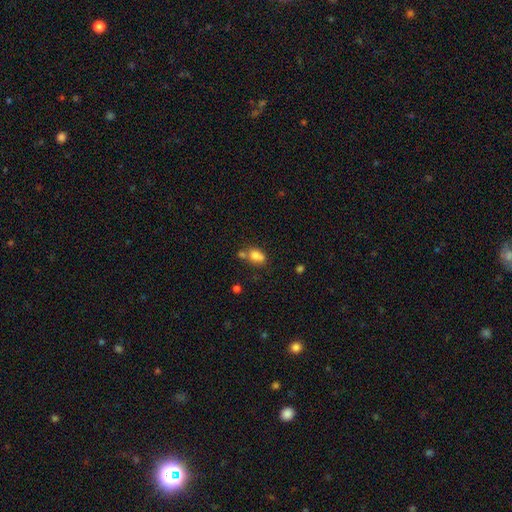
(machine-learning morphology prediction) This is likely a smooth galaxy (75%). How rounded: likely in between (69%). Merging: marginally none (39%, tied with merger).